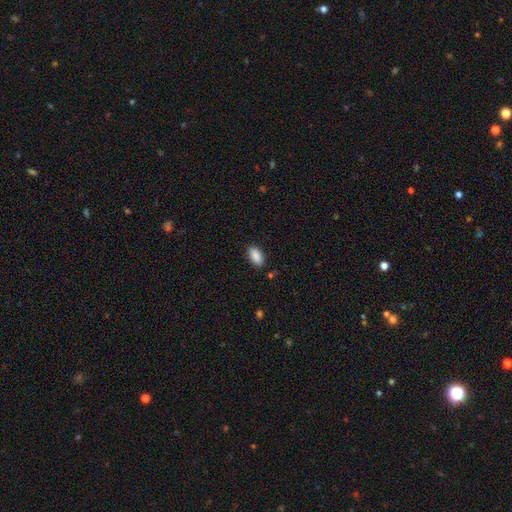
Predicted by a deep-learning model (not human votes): Smooth or featured: smooth — 89% (star or artifact — 7%)
How rounded: in between — 94% (round — 3%)
Merging: none — 86% (minor disturbance — 10%)